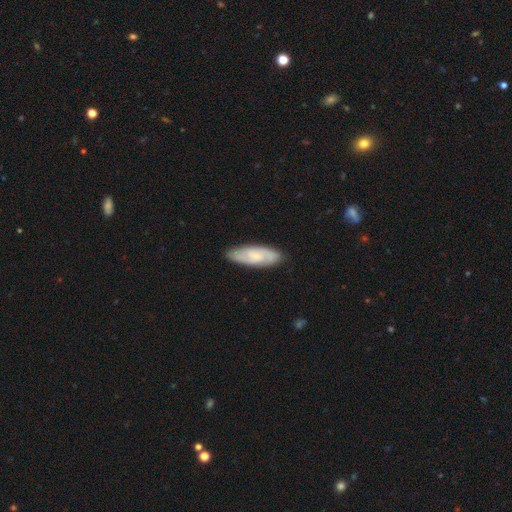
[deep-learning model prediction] The model was most divided on "smooth or featured": smooth: 52%, featured or disk: 42%, star or artifact: 6%. More confident: merging — none (84%); how rounded — in between (60%).